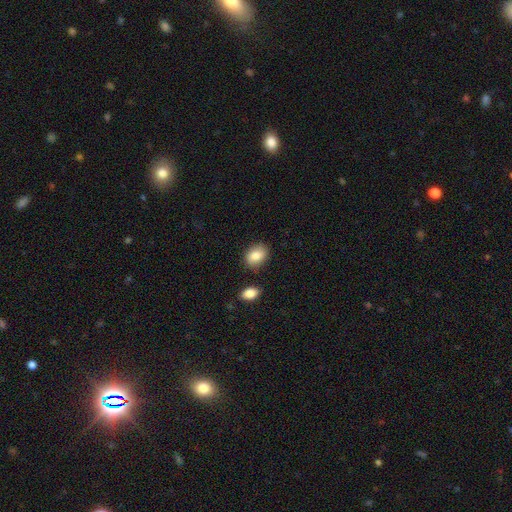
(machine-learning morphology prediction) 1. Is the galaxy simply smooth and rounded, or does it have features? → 84% smooth, 8% featured or disk, 8% star or artifact.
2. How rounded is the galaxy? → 71% in between, 27% round, 1% cigar-shaped.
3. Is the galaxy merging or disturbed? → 80% none, 13% minor disturbance, 5% merger, 3% major disturbance.